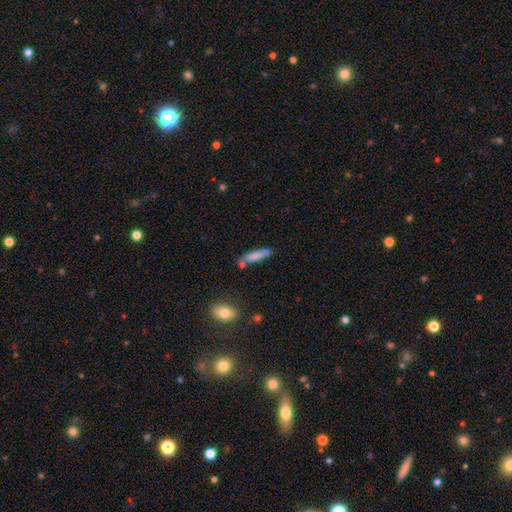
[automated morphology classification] Smooth or featured: smooth — 79% (featured or disk — 14%)
How rounded: cigar-shaped — 77% (in between — 21%)
Merging: none — 66% (minor disturbance — 18%)